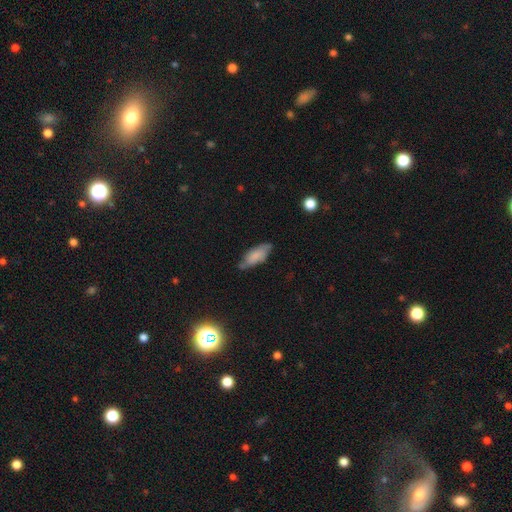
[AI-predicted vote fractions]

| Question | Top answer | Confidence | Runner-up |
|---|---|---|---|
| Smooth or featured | smooth | 73% | featured or disk (20%) |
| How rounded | in between | 75% | cigar-shaped (23%) |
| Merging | none | 61% | minor disturbance (30%) |